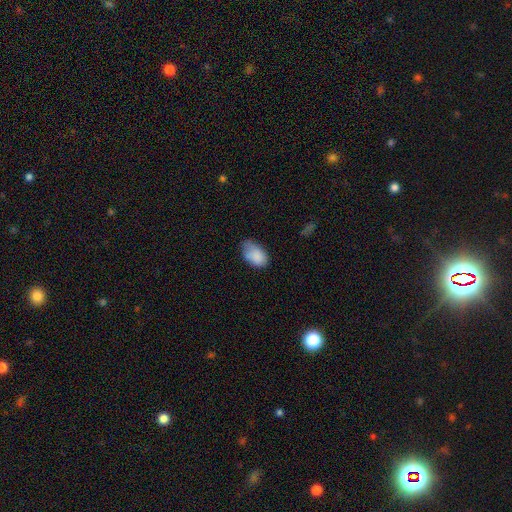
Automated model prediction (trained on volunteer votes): Smooth or featured?
  - smooth: 85% *
  - star or artifact: 8%
  - featured or disk: 7%
How rounded?
  - in between: 92% *
  - round: 7%
  - cigar-shaped: 1%
Merging?
  - none: 47% *
  - minor disturbance: 40%
  - major disturbance: 11%
  - merger: 3%